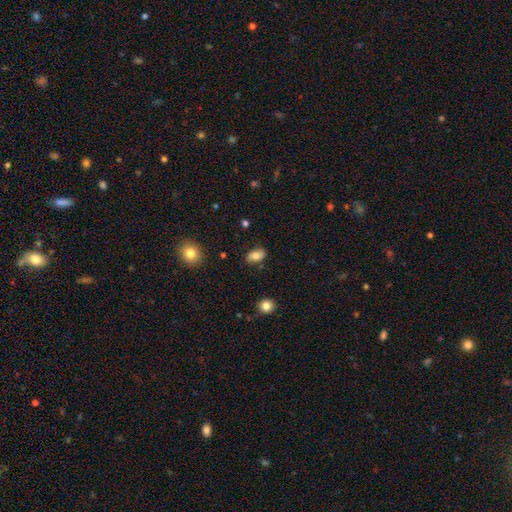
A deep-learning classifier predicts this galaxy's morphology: This appears to be a smooth galaxy with no disk features (78%) that is in between round and cigar-shaped (89%). Merging: none (83%).